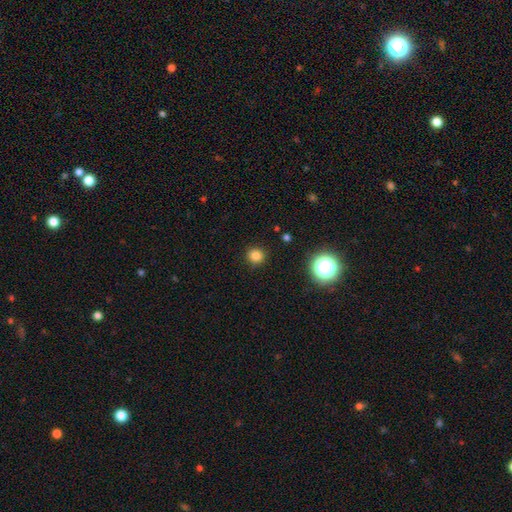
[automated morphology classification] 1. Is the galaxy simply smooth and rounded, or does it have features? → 81% smooth, 15% star or artifact, 4% featured or disk.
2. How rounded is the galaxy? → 92% round, 7% in between, 1% cigar-shaped.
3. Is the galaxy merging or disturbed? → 91% none, 6% minor disturbance, 2% major disturbance, 1% merger.